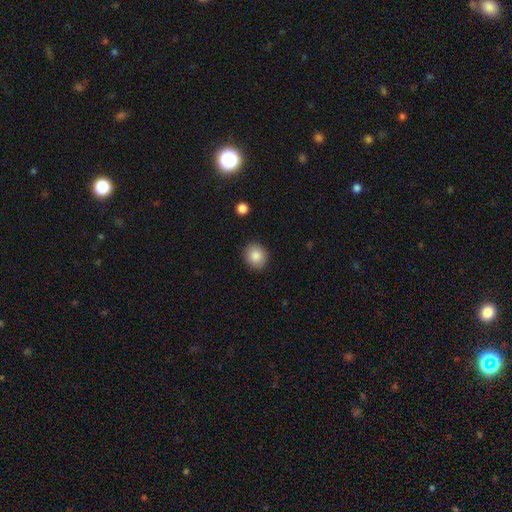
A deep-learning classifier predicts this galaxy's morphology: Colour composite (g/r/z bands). It shows a smooth galaxy with no disk features (86%) that is round (75%). Merging: none (90%).